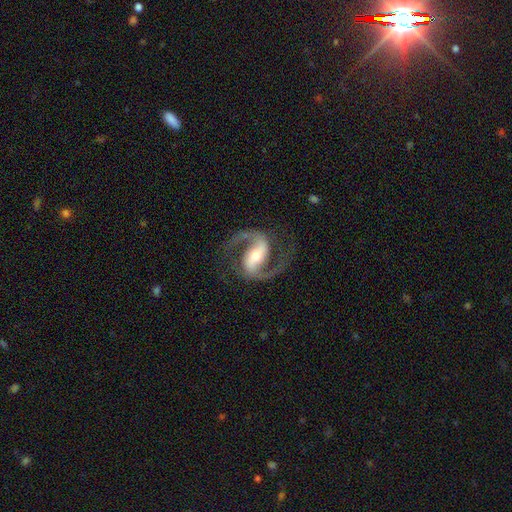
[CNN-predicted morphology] The model was most divided on "bar": strong: 54%, weak: 32%, no: 14%. More confident: spiral arms — yes (98%); edge-on disk — no (98%); spiral arm count — 2 (94%); smooth or featured — featured or disk (93%); merging — none (82%); spiral winding — medium (61%); bulge size — moderate (59%).